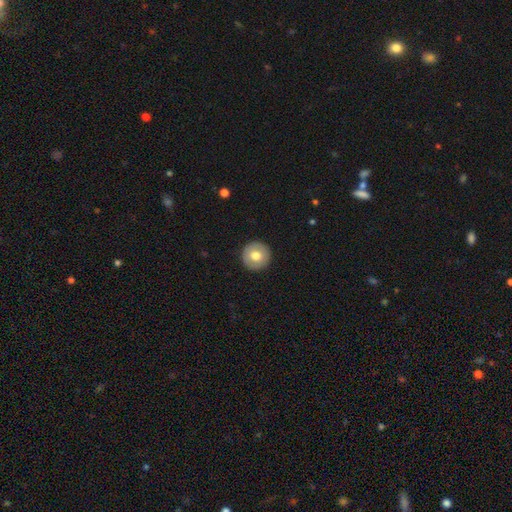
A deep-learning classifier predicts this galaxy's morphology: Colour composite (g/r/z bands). It shows a smooth galaxy with no disk features (71%) that is round (96%). Merging: none (93%).